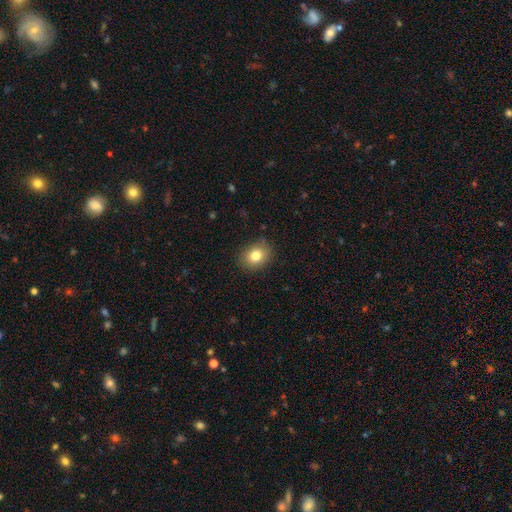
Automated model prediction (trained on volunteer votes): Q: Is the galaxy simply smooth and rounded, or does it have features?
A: smooth — 81%.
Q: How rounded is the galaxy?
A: in between — 53%.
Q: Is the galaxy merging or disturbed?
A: none — 87%.